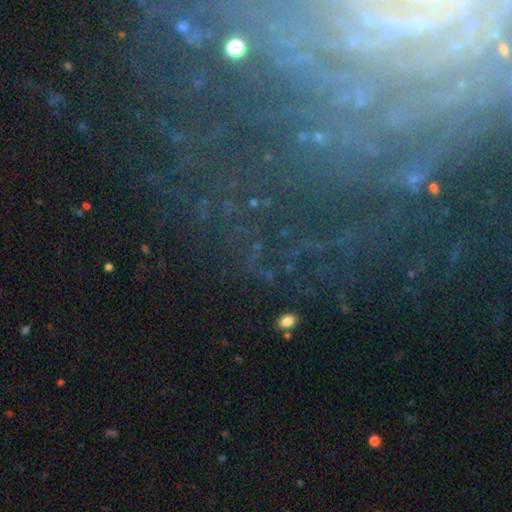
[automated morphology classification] Smooth or featured: featured or disk — 44% (star or artifact — 42%)
Merging: none — 71% (minor disturbance — 14%)